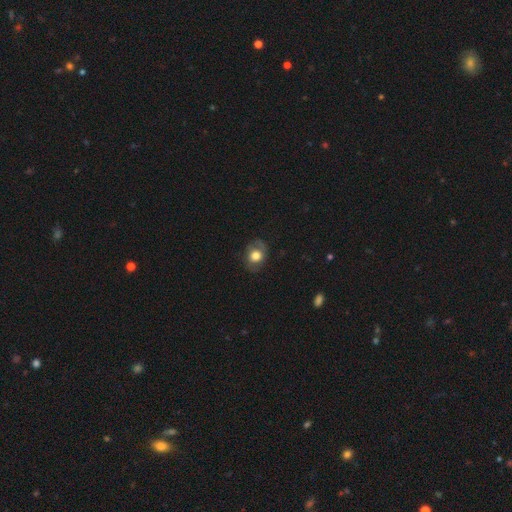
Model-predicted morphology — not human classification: Smooth or featured? smooth (62%)
How rounded? round (56%)
Merging? none (71%)